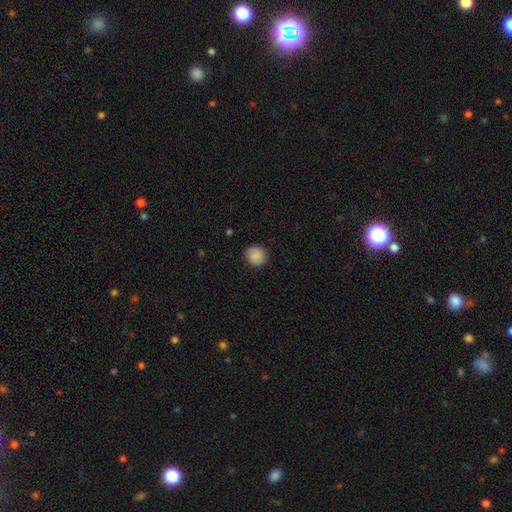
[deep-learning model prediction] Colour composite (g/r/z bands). It shows a smooth galaxy with no disk features (88%) that is round (90%). Merging: none (90%).